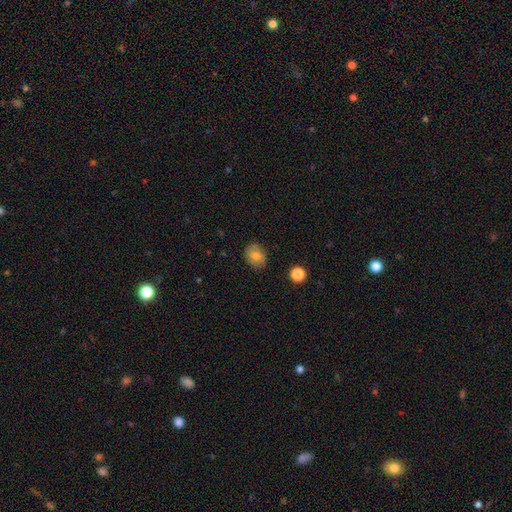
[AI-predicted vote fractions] The model was most divided on "how rounded": round: 53%, in between: 46%, cigar-shaped: 1%. More confident: merging — none (83%); smooth or featured — smooth (75%).